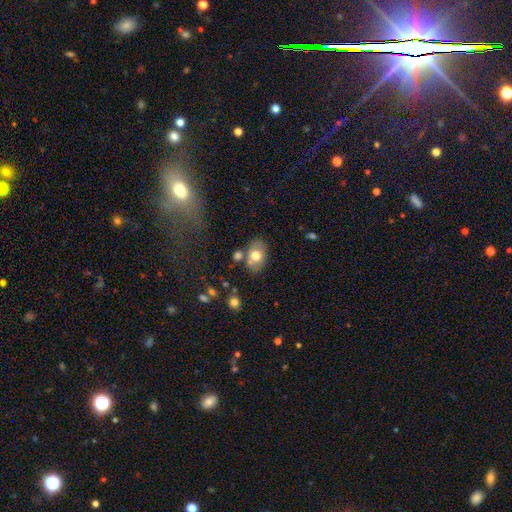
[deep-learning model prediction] smooth-or-featured: smooth: 68% | featured or disk: 23% | star or artifact: 9%
  how-rounded: in between: 78% | round: 21% | cigar-shaped: 1%
  merging: none: 66% | merger: 16% | minor disturbance: 15% | major disturbance: 4%